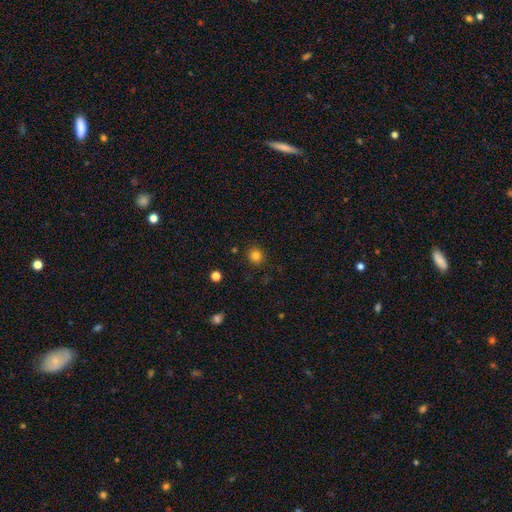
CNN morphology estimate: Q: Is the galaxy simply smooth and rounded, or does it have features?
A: smooth — 82%.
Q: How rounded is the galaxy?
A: round — 90%.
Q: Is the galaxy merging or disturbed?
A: none — 89%.